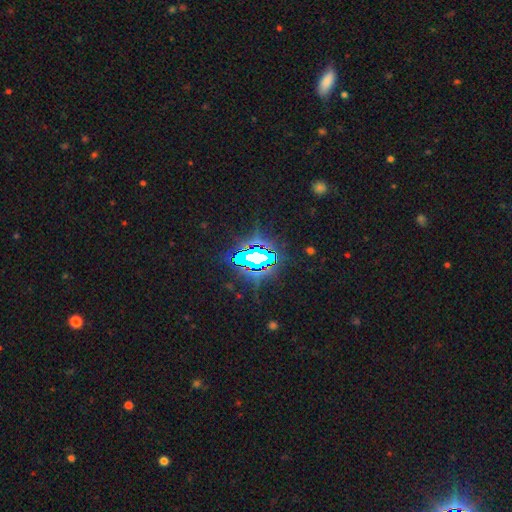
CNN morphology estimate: Smooth or featured? star or artifact (84%)